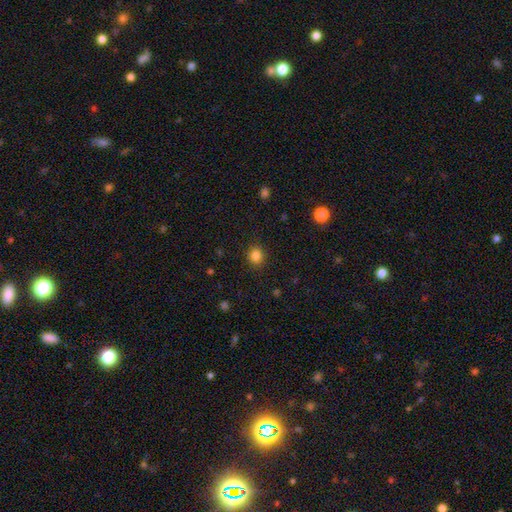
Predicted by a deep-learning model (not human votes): The model was most divided on "how rounded": round: 76%, in between: 23%, cigar-shaped: 1%. More confident: merging — none (88%); smooth or featured — smooth (84%).